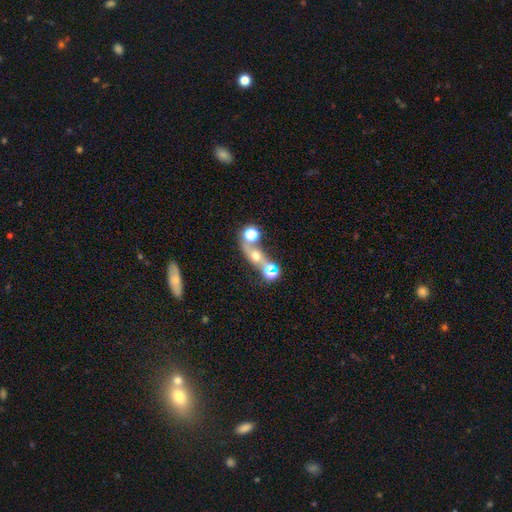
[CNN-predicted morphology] Smooth or featured? Predicted: featured or disk (p=0.41). Merging? Predicted: none (p=0.42).